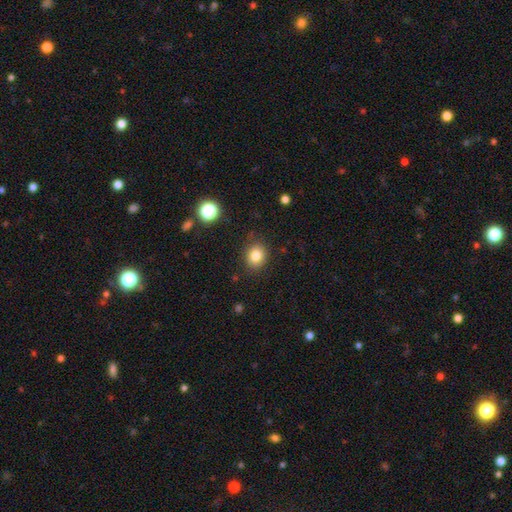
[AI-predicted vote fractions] Smooth or featured: smooth — 81% (star or artifact — 11%)
How rounded: round — 65% (in between — 35%)
Merging: none — 86% (minor disturbance — 10%)